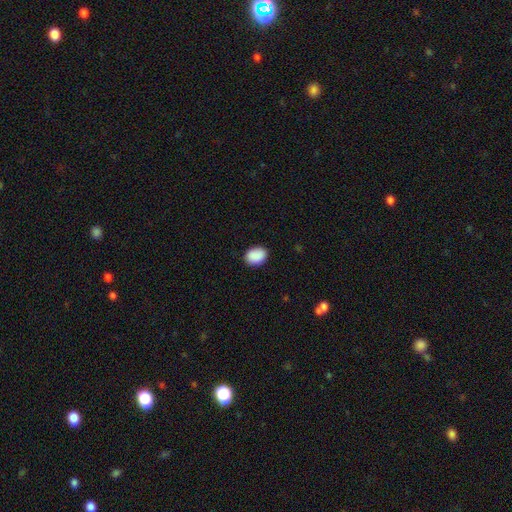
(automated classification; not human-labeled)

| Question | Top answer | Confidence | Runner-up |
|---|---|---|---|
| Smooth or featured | smooth | 90% | star or artifact (7%) |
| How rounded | in between | 66% | round (33%) |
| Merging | none | 86% | minor disturbance (10%) |